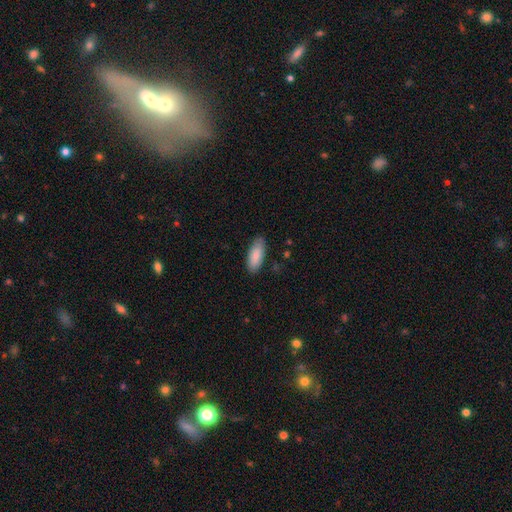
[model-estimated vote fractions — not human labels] Smooth or featured? smooth (88%)
How rounded? in between (79%)
Merging? none (85%)